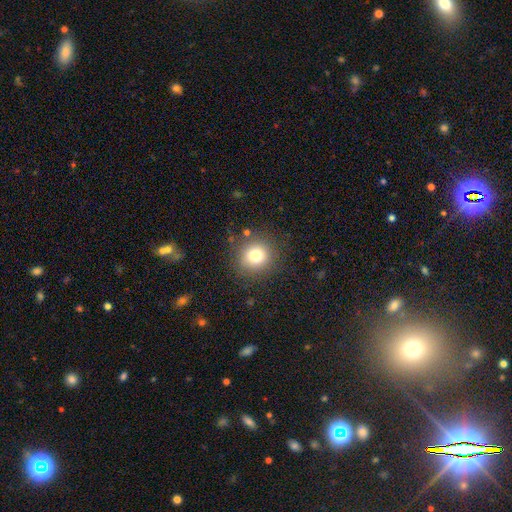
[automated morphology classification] The model was most divided on "smooth or featured": smooth: 78%, star or artifact: 13%, featured or disk: 9%. More confident: how rounded — round (91%); merging — none (86%).